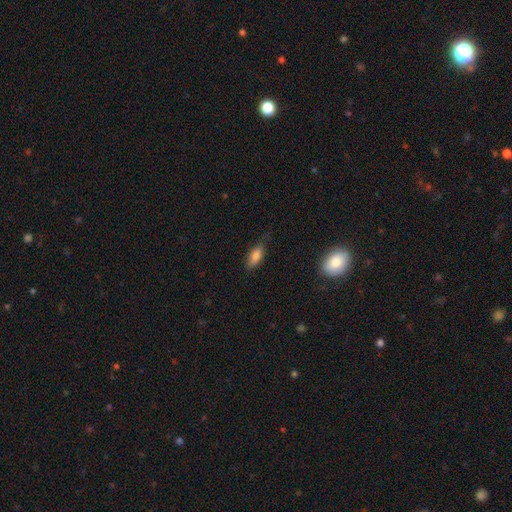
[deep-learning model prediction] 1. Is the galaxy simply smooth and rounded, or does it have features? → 79% smooth, 13% featured or disk, 8% star or artifact.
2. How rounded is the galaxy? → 81% in between, 16% cigar-shaped, 3% round.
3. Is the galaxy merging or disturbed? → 68% none, 25% minor disturbance, 6% major disturbance, 2% merger.